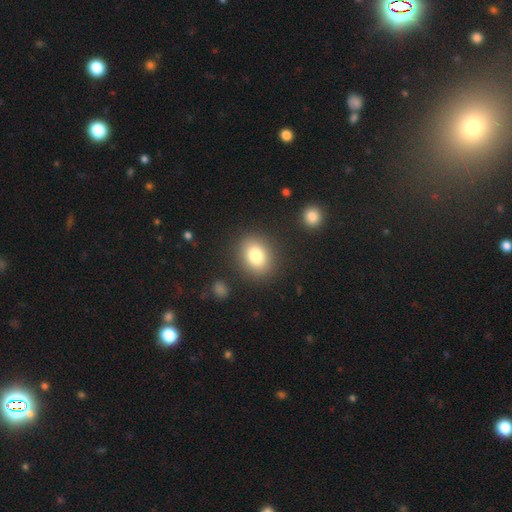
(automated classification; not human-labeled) Smooth or featured? smooth (81%)
How rounded? in between (51%)
Merging? none (87%)